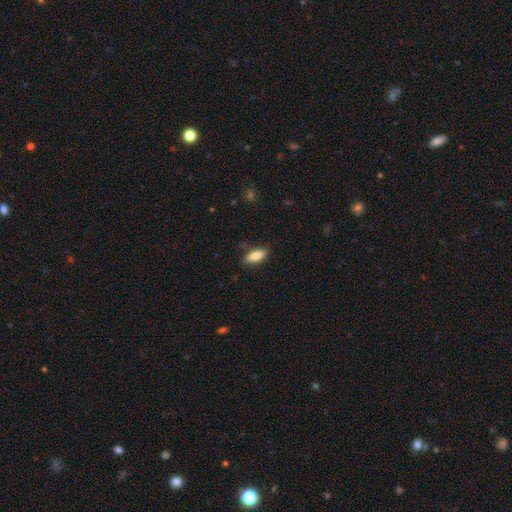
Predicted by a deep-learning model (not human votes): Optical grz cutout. It shows a smooth galaxy with no disk features (84%) that is in between round and cigar-shaped (73%). Merging: none (81%).